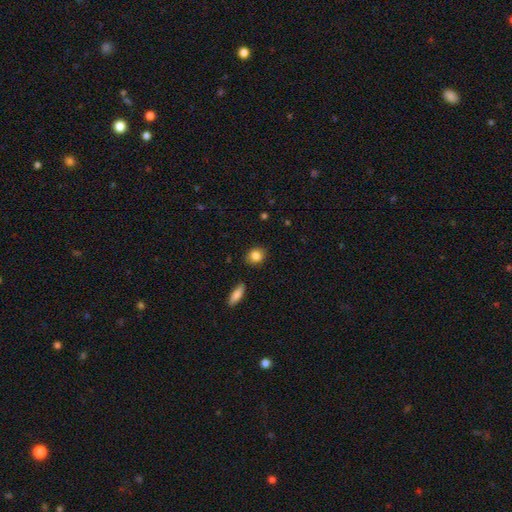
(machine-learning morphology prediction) A smooth galaxy with no disk features (85%) that is round (63%).

Vote fractions:
- Smooth or featured? smooth: 85% / star or artifact: 9% / featured or disk: 6%
- How rounded? round: 63% / in between: 35% / cigar-shaped: 2%
- Merging? none: 85% / minor disturbance: 11% / major disturbance: 2% / merger: 2%